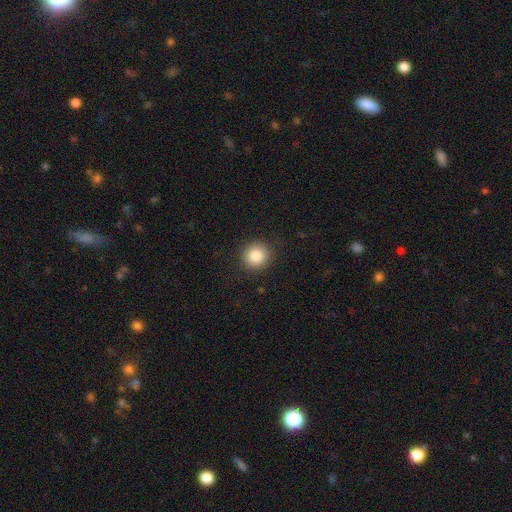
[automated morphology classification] smooth-or-featured: smooth: 84% | star or artifact: 10% | featured or disk: 6%
  how-rounded: round: 90% | in between: 9% | cigar-shaped: 1%
  merging: none: 90% | minor disturbance: 7% | major disturbance: 2% | merger: 1%